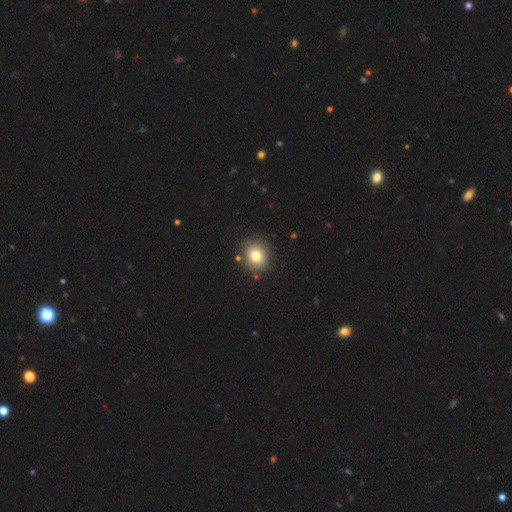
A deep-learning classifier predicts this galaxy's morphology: A smooth galaxy with no disk features (79%) that is round (76%). Merging: none (87%).